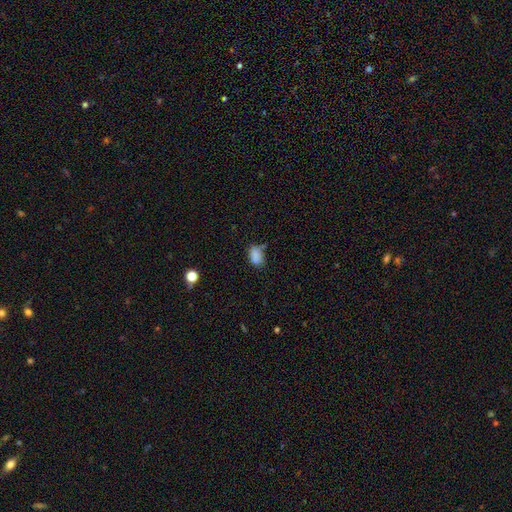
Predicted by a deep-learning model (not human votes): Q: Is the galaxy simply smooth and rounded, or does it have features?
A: smooth — 85%.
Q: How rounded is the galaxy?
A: in between — 86%.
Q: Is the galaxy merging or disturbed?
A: none — 62%.